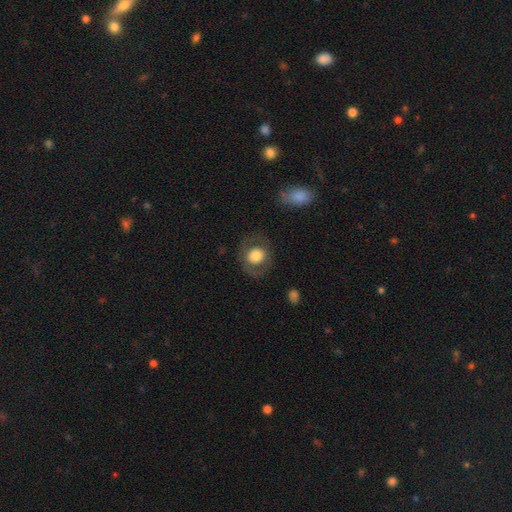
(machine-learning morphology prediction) Q: Smooth or featured?
A: smooth (61%); runner-up: featured or disk (32%)
Q: How rounded?
A: round (78%); runner-up: in between (21%)
Q: Merging?
A: none (79%); runner-up: minor disturbance (12%)